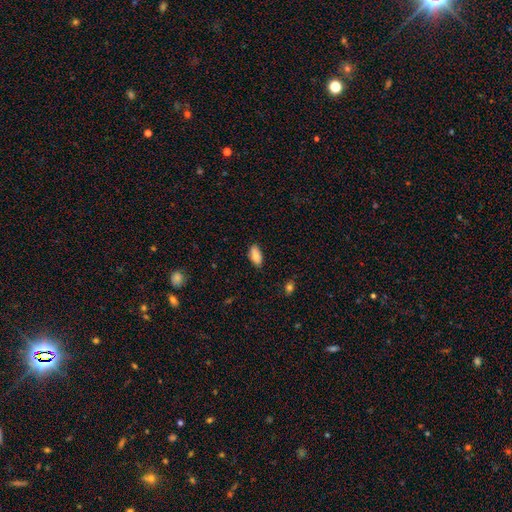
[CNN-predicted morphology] type=smooth (83%); roundness=in between (91%); merging=none (82%).